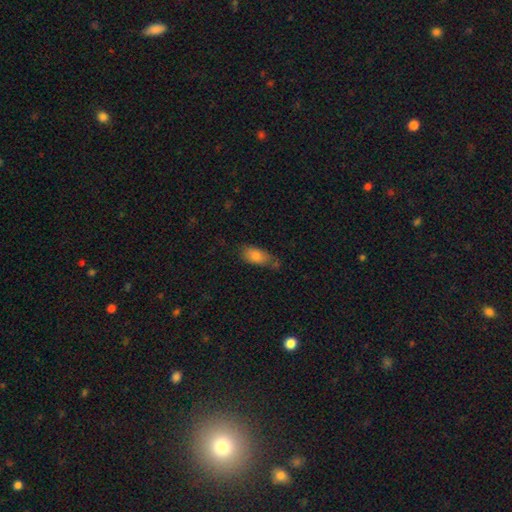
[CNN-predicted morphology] A smooth galaxy with no disk features (80%) that is in between round and cigar-shaped (86%). Merging: none (53%).